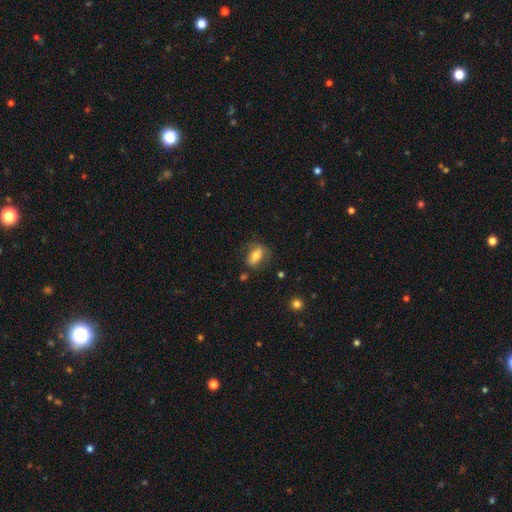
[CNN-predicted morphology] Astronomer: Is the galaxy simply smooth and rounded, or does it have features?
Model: smooth — 69%.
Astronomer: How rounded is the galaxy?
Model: in between — 81%.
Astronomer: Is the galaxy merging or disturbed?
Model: none — 63%.